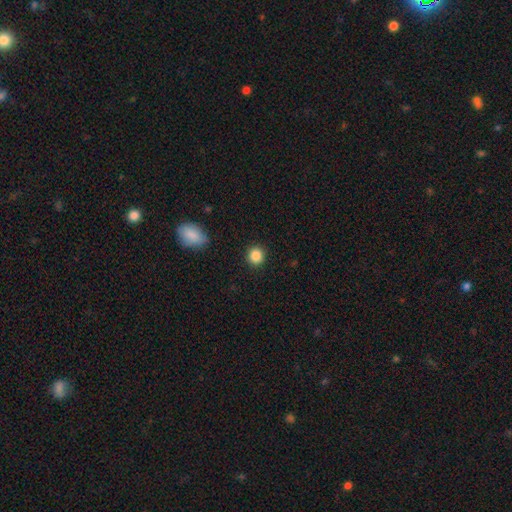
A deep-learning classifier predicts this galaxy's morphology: The model was most divided on "smooth or featured": smooth: 87%, star or artifact: 10%, featured or disk: 3%. More confident: merging — none (90%); how rounded — round (89%).